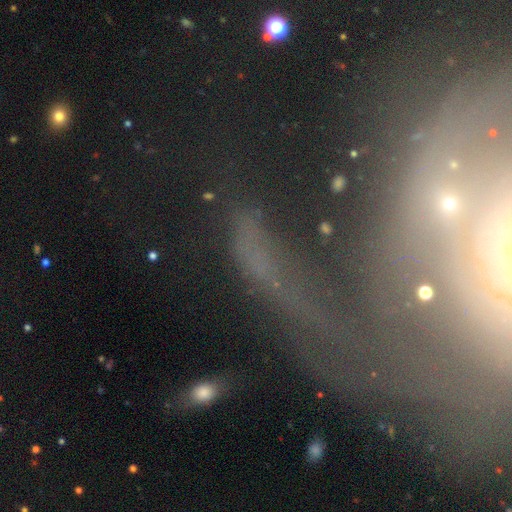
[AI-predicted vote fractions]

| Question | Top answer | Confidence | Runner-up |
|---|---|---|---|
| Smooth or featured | star or artifact | 46% | featured or disk (31%) |